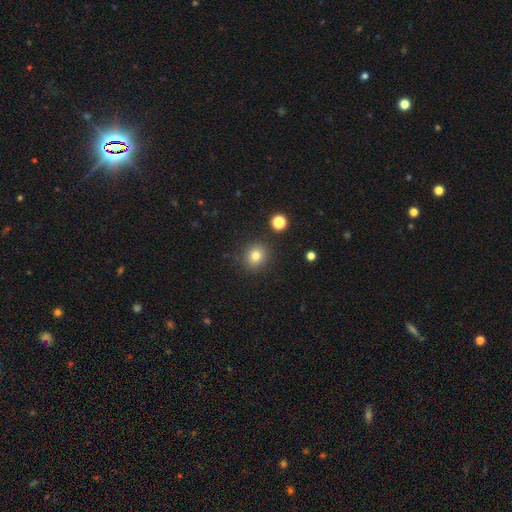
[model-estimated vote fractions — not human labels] Smooth or featured: smooth — 79% (star or artifact — 13%)
How rounded: round — 85% (in between — 14%)
Merging: none — 88% (minor disturbance — 7%)